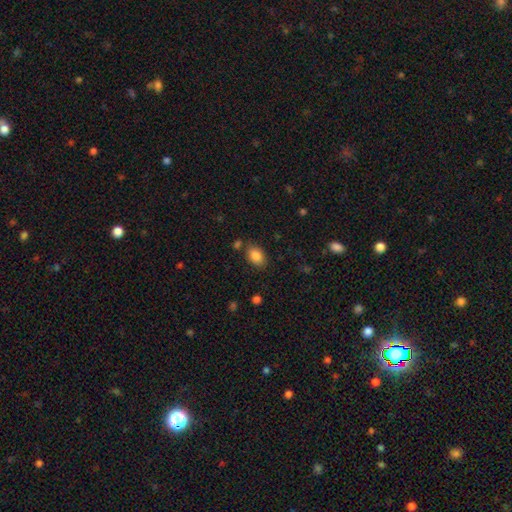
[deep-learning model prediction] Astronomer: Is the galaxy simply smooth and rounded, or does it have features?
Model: smooth — 87%.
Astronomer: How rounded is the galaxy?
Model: in between — 83%.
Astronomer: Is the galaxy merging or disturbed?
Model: none — 79%.